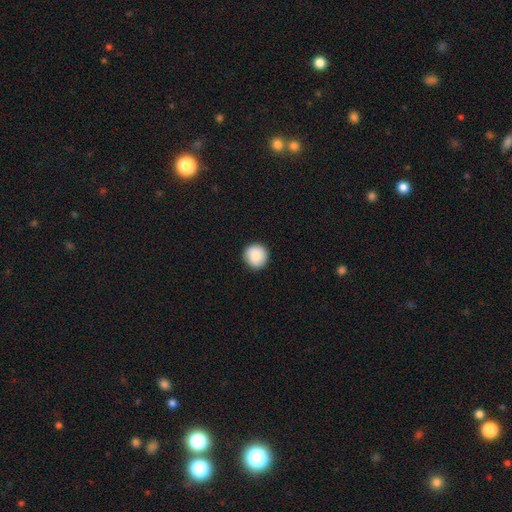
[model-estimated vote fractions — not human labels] Smooth or featured?
  - smooth: 87% *
  - star or artifact: 7%
  - featured or disk: 6%
How rounded?
  - round: 95% *
  - in between: 4%
  - cigar-shaped: 1%
Merging?
  - none: 91% *
  - minor disturbance: 6%
  - major disturbance: 2%
  - merger: 1%